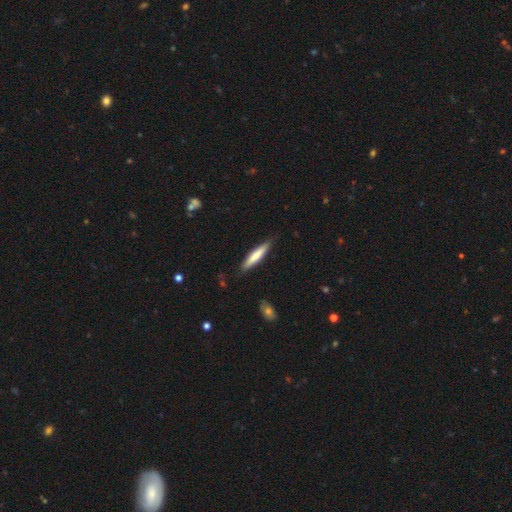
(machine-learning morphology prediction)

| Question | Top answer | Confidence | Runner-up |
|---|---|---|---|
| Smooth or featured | smooth | 69% | featured or disk (25%) |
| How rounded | cigar-shaped | 89% | in between (10%) |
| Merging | none | 84% | minor disturbance (12%) |